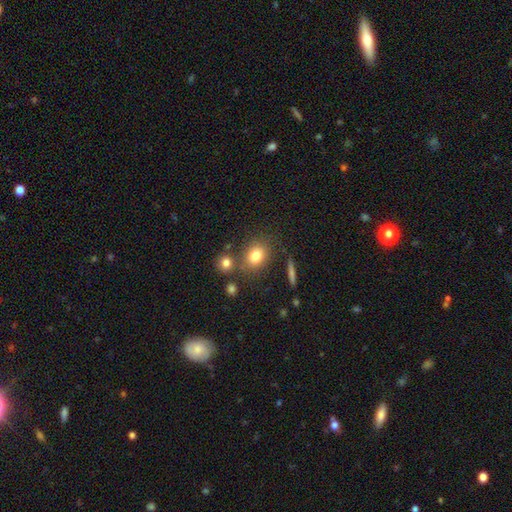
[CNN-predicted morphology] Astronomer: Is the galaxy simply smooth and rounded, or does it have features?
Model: smooth — 79%.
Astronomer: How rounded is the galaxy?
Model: in between — 51% (runner-up: round, 47%).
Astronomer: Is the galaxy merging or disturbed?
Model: none — 71%.